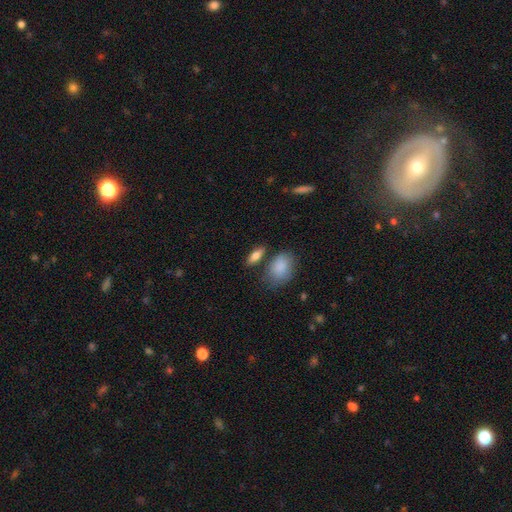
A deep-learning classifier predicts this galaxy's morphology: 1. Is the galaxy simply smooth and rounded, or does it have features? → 78% smooth, 15% featured or disk, 7% star or artifact.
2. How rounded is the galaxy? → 73% in between, 21% cigar-shaped, 6% round.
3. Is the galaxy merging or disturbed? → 73% none, 13% minor disturbance, 10% merger, 4% major disturbance.